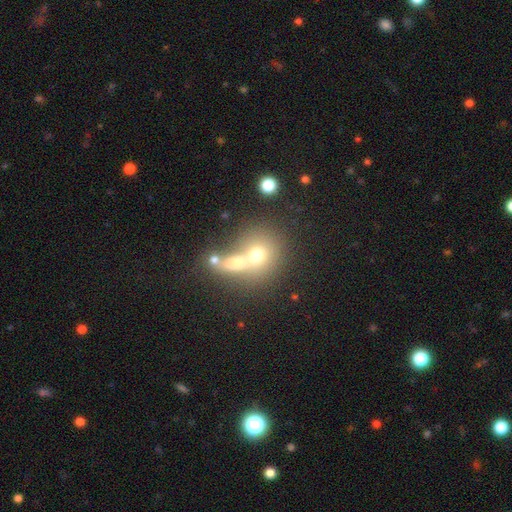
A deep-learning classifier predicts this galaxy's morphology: Q: Smooth or featured?
A: smooth (58%); runner-up: featured or disk (26%)
Q: How rounded?
A: round (66%); runner-up: in between (32%)
Q: Merging?
A: merger (68%); runner-up: none (21%)